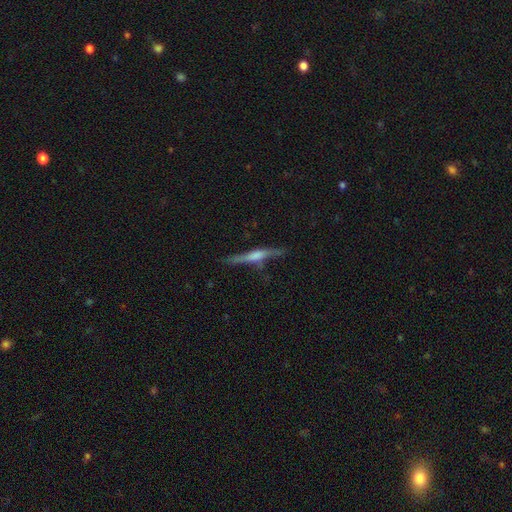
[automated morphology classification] smooth_or_featured: featured or disk (p=0.66) [alt: smooth p=0.27]
disk_edge_on: yes (p=0.94) [alt: no p=0.06]
edge_on_bulge: rounded (p=0.55) [alt: boxy p=0.28]
merging: none (p=0.74) [alt: minor disturbance p=0.19]